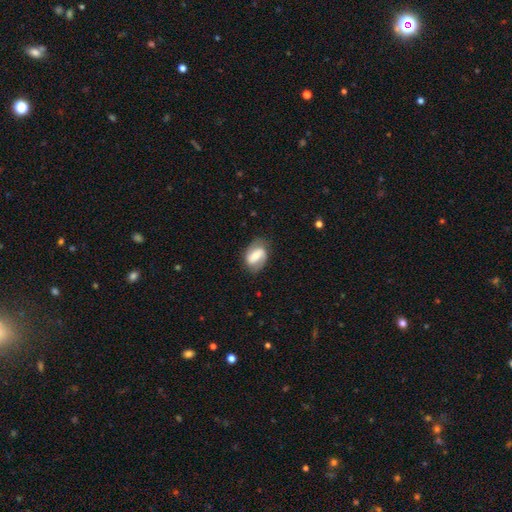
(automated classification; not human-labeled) Morphology: type=featured or disk (54%); edge-on=no (95%); bar=strong (43%); spiral arms=yes (79%); bulge=moderate (38%); merging=none (72%).